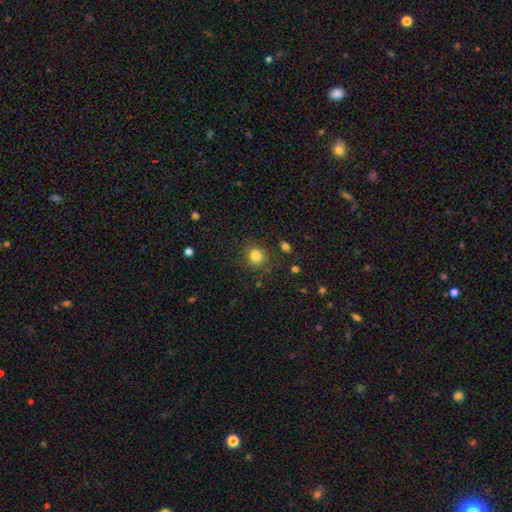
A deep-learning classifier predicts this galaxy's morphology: smooth 82%, star or artifact 12%, featured or disk 6%. Down the decision tree: how rounded — round (82%); merging — none (84%).